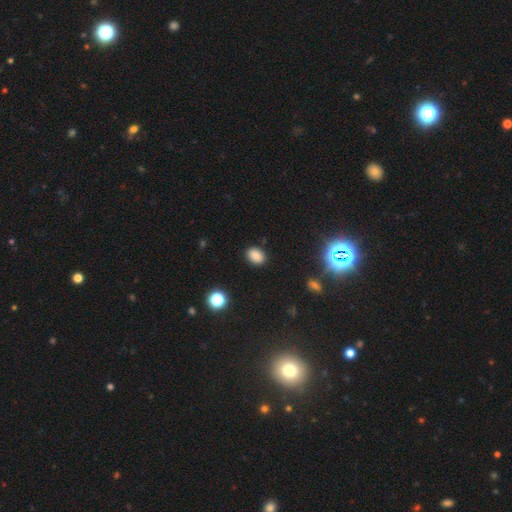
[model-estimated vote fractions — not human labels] Overall: smooth (82%). How rounded: in between (69%; round 30%). Merging: none (87%).